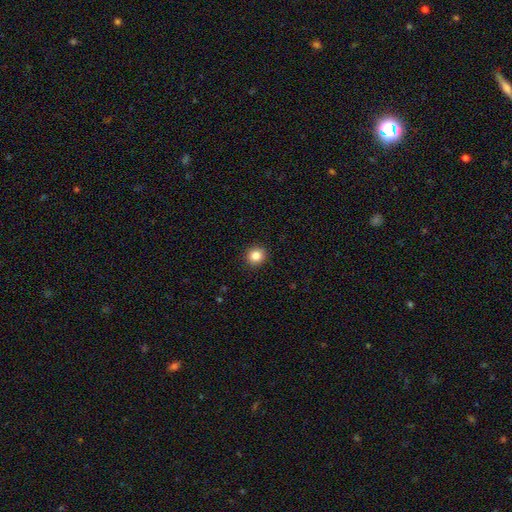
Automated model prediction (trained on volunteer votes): smooth 86%, star or artifact 10%, featured or disk 4%. Down the decision tree: how rounded — round (89%); merging — none (93%).